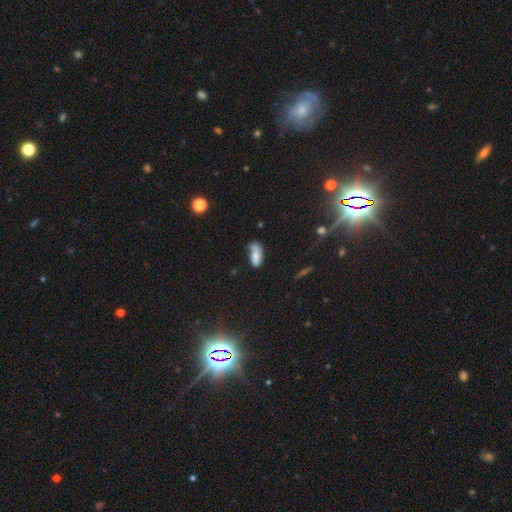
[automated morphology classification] Overall: smooth (57%; featured or disk 32%). How rounded: in between (85%). Merging: none (37%; minor disturbance 29%).